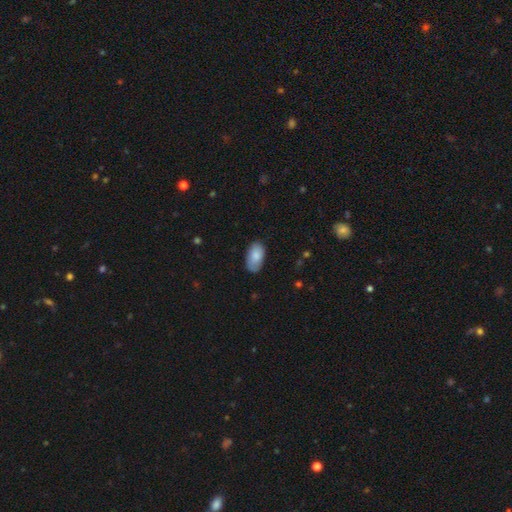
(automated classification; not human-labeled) Smooth or featured: smooth — 84% (featured or disk — 9%)
How rounded: in between — 95% (round — 4%)
Merging: none — 76% (minor disturbance — 20%)